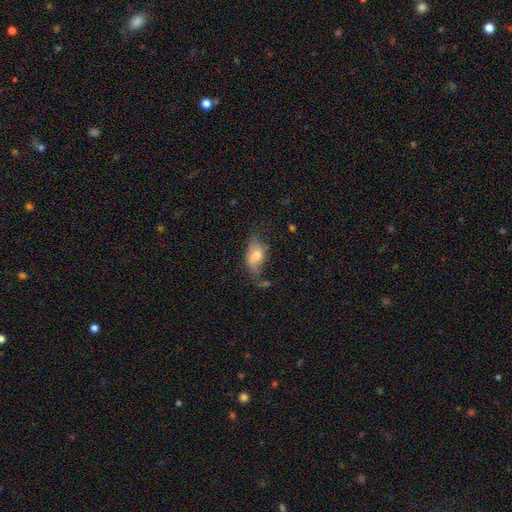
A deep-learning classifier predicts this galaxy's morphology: Smooth or featured?
  - smooth: 62% *
  - featured or disk: 30%
  - star or artifact: 8%
How rounded?
  - in between: 89% *
  - round: 8%
  - cigar-shaped: 4%
Merging?
  - none: 43% *
  - minor disturbance: 32%
  - major disturbance: 19%
  - merger: 6%